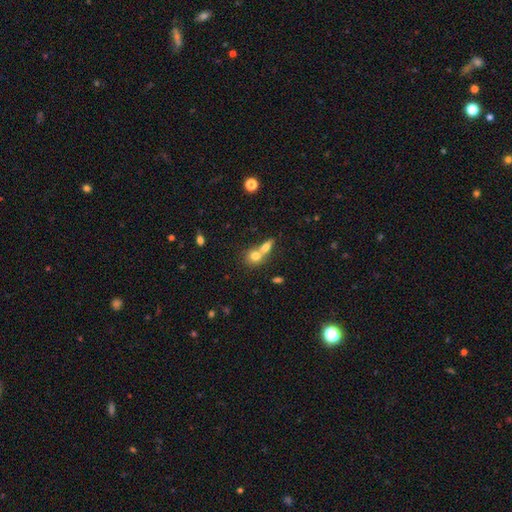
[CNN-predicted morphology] Smooth or featured?
  - smooth: 74% *
  - featured or disk: 17%
  - star or artifact: 10%
How rounded?
  - round: 64% *
  - in between: 32%
  - cigar-shaped: 4%
Merging?
  - merger: 64% *
  - none: 27%
  - minor disturbance: 6%
  - major disturbance: 3%